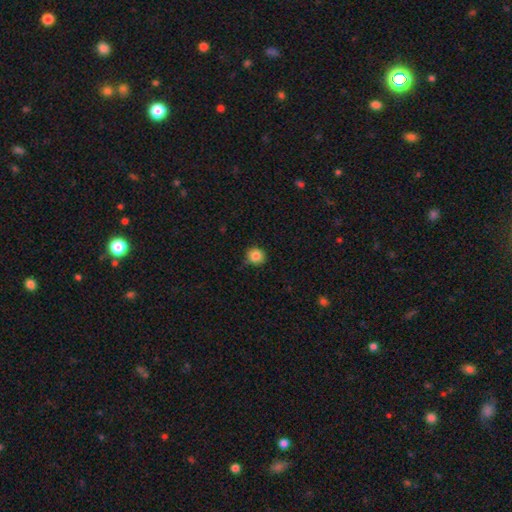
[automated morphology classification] The model was most divided on "merging": none: 84%, minor disturbance: 13%, major disturbance: 2%, merger: 2%. More confident: how rounded — round (92%); smooth or featured — smooth (85%).